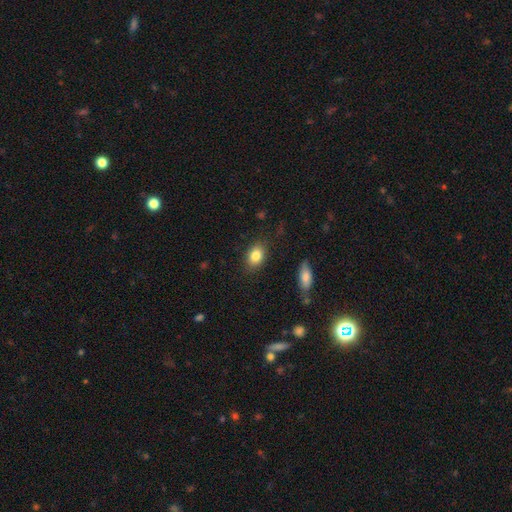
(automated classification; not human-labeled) smooth 83%, featured or disk 9%, star or artifact 8%. Down the decision tree: how rounded — in between (77%); merging — none (84%).